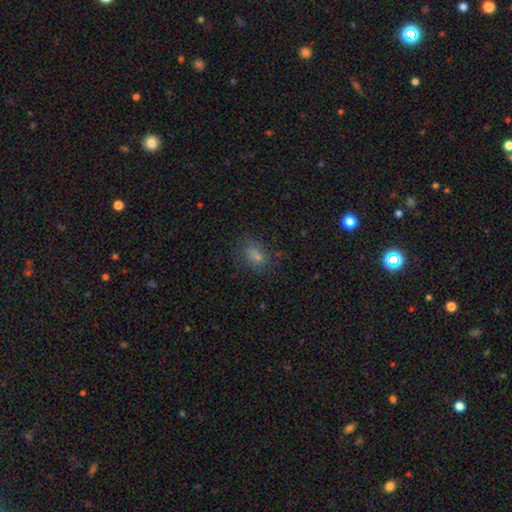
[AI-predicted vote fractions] Overall: smooth (68%). How rounded: in between (69%; round 29%). Merging: none (75%).